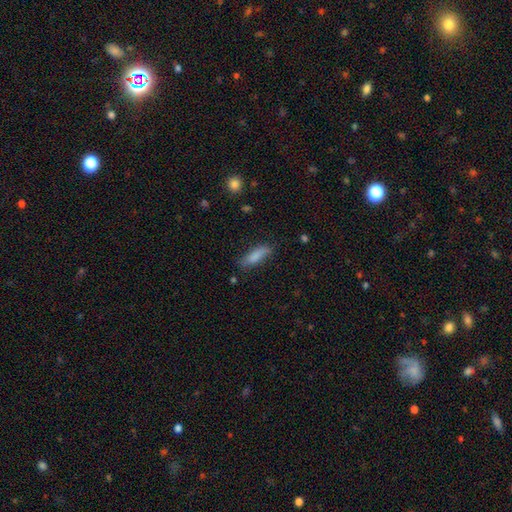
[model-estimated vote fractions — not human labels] A smooth galaxy with no disk features (83%) that is cigar-shaped (51%).

Vote fractions:
- Smooth or featured? smooth: 83% / featured or disk: 11% / star or artifact: 7%
- How rounded? cigar-shaped: 51% / in between: 48% / round: 2%
- Merging? none: 72% / minor disturbance: 21% / major disturbance: 5% / merger: 2%